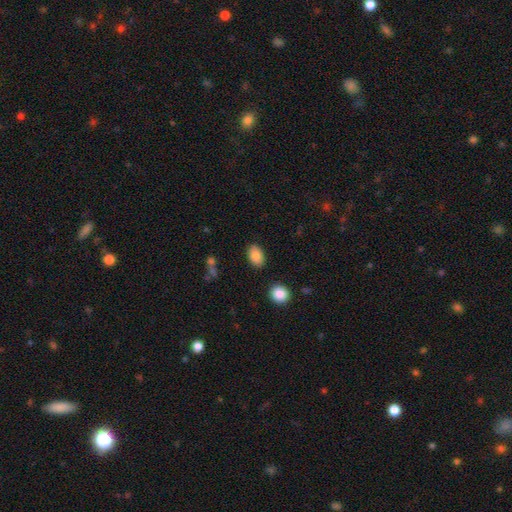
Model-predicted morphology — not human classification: Smooth or featured? smooth (87%)
How rounded? in between (88%)
Merging? none (85%)